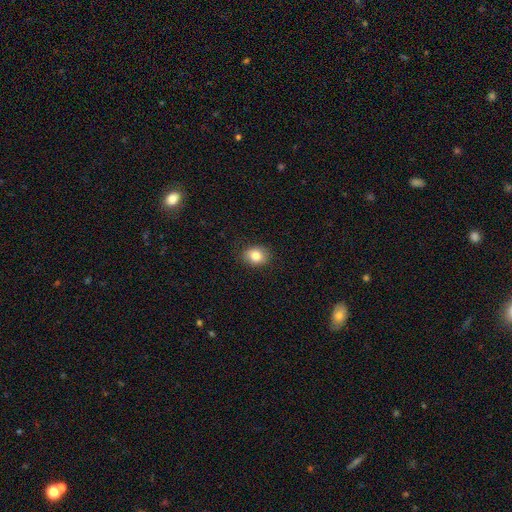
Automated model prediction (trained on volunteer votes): Q: Smooth or featured?
A: smooth (83%); runner-up: star or artifact (9%)
Q: How rounded?
A: round (52%); runner-up: in between (47%)
Q: Merging?
A: none (86%); runner-up: minor disturbance (10%)